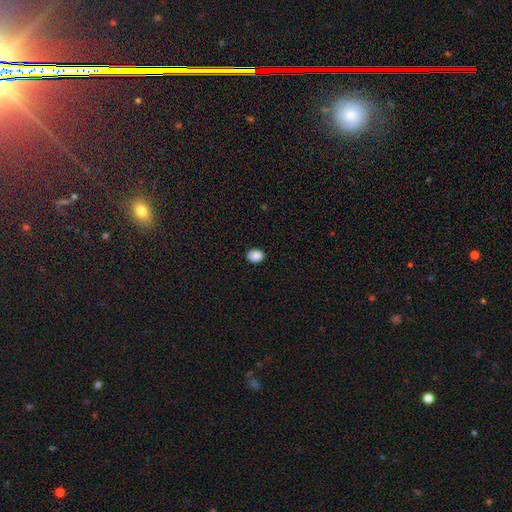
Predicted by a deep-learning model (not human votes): A smooth galaxy with no disk features (88%) that is round (52%). Merging: none (86%).